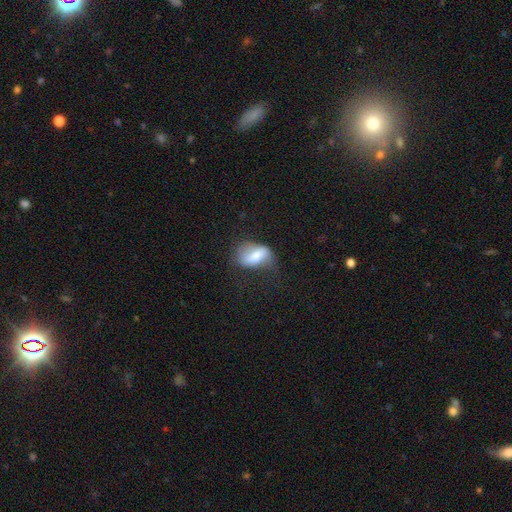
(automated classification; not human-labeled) The model was most divided on "merging": none: 41%, minor disturbance: 33%, major disturbance: 24%, merger: 2%. More confident: how rounded — in between (88%); smooth or featured — smooth (59%).